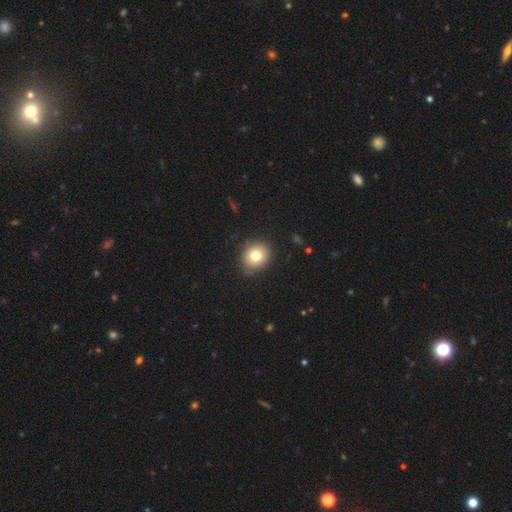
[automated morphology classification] smooth_or_featured: smooth (p=0.77) [alt: featured or disk p=0.12]
how_rounded: round (p=0.73) [alt: in between p=0.26]
merging: none (p=0.86) [alt: minor disturbance p=0.10]